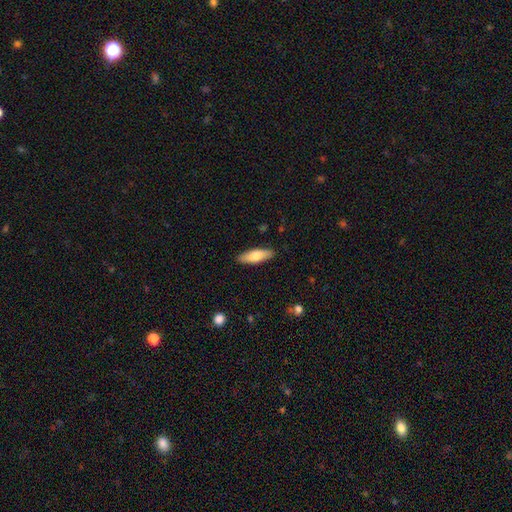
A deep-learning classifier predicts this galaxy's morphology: Smooth or featured?
  - smooth: 75% *
  - featured or disk: 19%
  - star or artifact: 5%
How rounded?
  - in between: 55% *
  - cigar-shaped: 43%
  - round: 2%
Merging?
  - none: 89% *
  - minor disturbance: 8%
  - major disturbance: 2%
  - merger: 1%